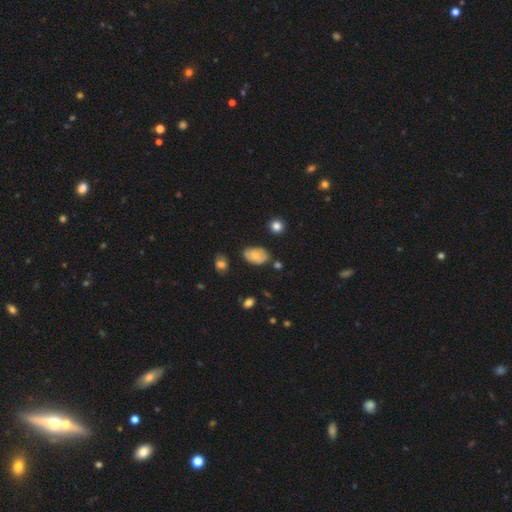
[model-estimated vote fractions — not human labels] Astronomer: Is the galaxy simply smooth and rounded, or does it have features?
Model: smooth — 65%.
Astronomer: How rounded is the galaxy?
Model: in between — 88%.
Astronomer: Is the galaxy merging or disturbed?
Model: none — 60%.